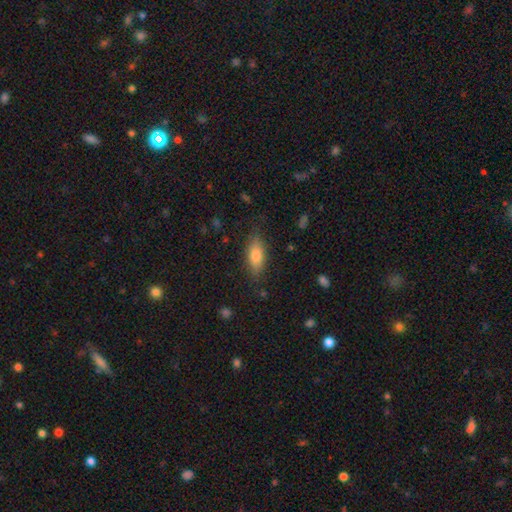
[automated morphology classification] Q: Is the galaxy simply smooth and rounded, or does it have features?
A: smooth — 76%.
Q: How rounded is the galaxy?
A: in between — 76%.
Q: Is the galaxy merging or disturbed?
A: none — 81%.